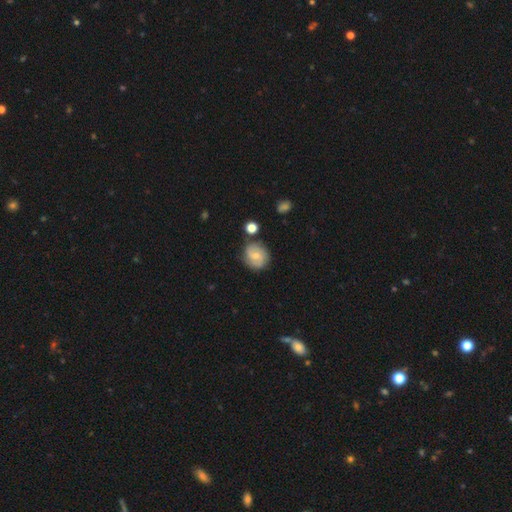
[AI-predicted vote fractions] smooth-or-featured: featured or disk: 55% | smooth: 37% | star or artifact: 8%
  disk-edge-on: no: 97% | yes: 3%
    bar: weak: 46% | no: 45% | strong: 9%
    has-spiral-arms: yes: 88% | no: 12%
    bulge-size: small: 56% | moderate: 38% | none: 4% | large: 2% | dominant: 1%
  merging: none: 73% | minor disturbance: 17% | merger: 6% | major disturbance: 4%